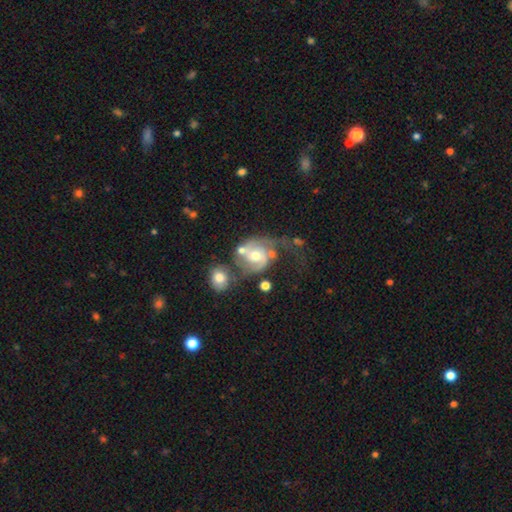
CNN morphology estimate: The model was most divided on "merging": major disturbance: 29%, none: 28%, merger: 23%, minor disturbance: 19%. Remaining: edge-on disk — no (98%); spiral arms — yes (93%); smooth or featured — featured or disk (79%); spiral arm count — 2 (74%); bulge size — moderate (64%); bar — no (61%); spiral winding — medium (46%).